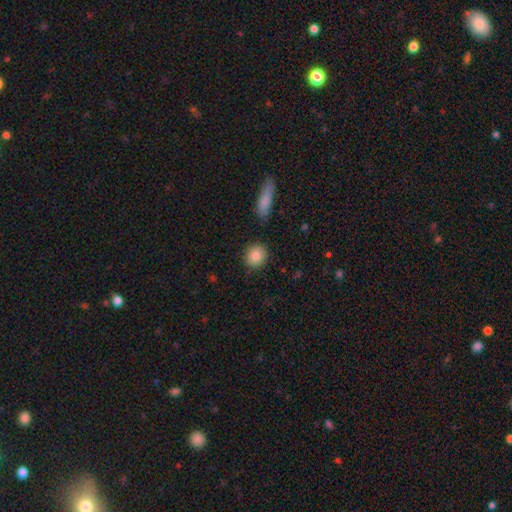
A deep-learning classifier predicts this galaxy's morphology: A smooth galaxy with no disk features (87%) that is round (82%).

Vote fractions:
- Smooth or featured? smooth: 87% / star or artifact: 8% / featured or disk: 6%
- How rounded? round: 82% / in between: 16% / cigar-shaped: 1%
- Merging? none: 88% / minor disturbance: 7% / merger: 2% / major disturbance: 2%